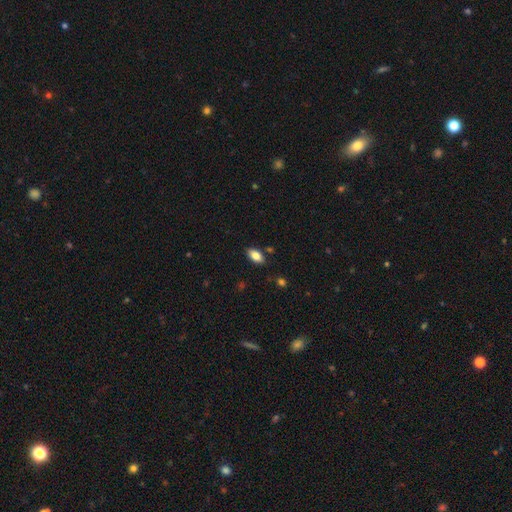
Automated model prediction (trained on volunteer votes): Q: Smooth or featured?
A: smooth (81%); runner-up: featured or disk (11%)
Q: How rounded?
A: in between (91%); runner-up: cigar-shaped (6%)
Q: Merging?
A: none (85%); runner-up: minor disturbance (11%)